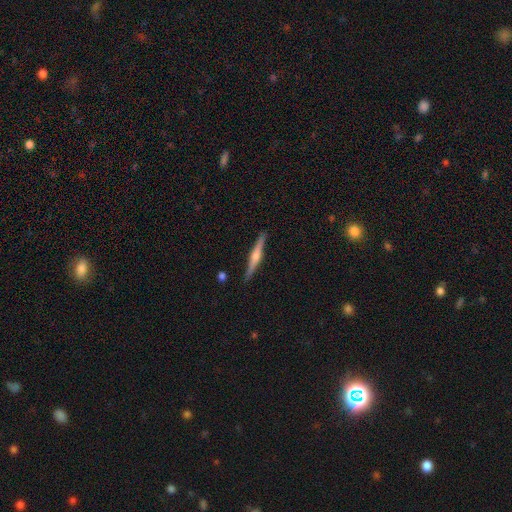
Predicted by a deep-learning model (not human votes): Smooth or featured? featured or disk (73%)
Edge-on disk? yes (98%)
Edge-on bulge? rounded (80%)
Merging? none (90%)